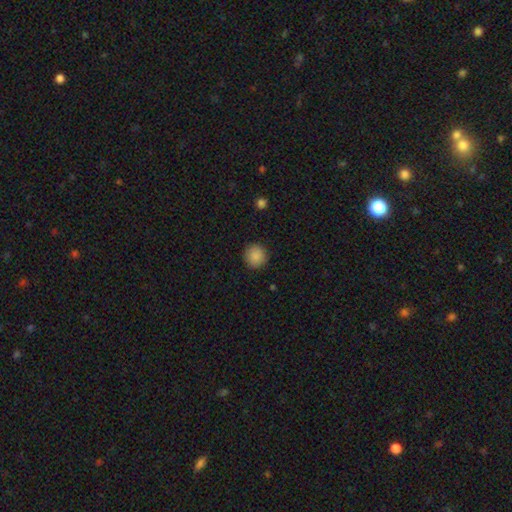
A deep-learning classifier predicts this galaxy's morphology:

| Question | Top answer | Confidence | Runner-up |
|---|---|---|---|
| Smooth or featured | smooth | 88% | star or artifact (8%) |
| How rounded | round | 93% | in between (6%) |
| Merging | none | 90% | minor disturbance (7%) |